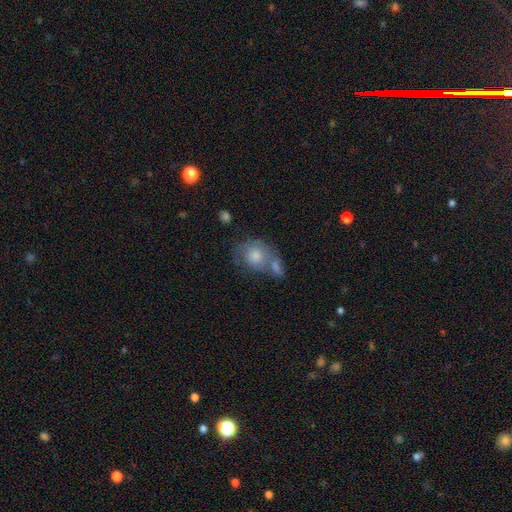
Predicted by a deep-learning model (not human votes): The model was most divided on "merging": merger: 41%, none: 35%, minor disturbance: 16%, major disturbance: 8%. More confident: smooth or featured — smooth (70%); how rounded — round (61%).